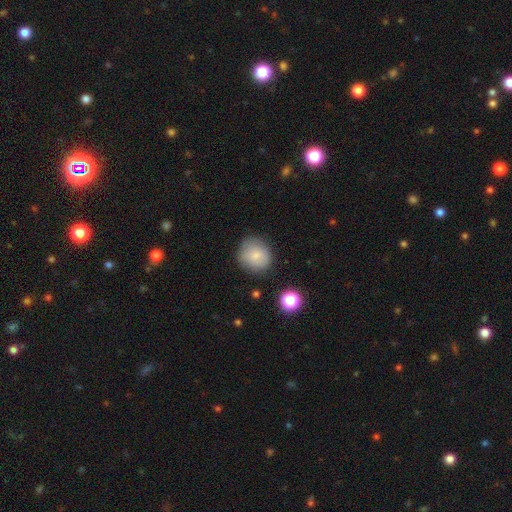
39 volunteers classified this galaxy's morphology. smooth_or_featured: smooth (p=0.82) [alt: star or artifact p=0.10]
how_rounded: round (p=0.88) [alt: in between p=0.12]
merging: none (p=0.66) [alt: minor disturbance p=0.23]